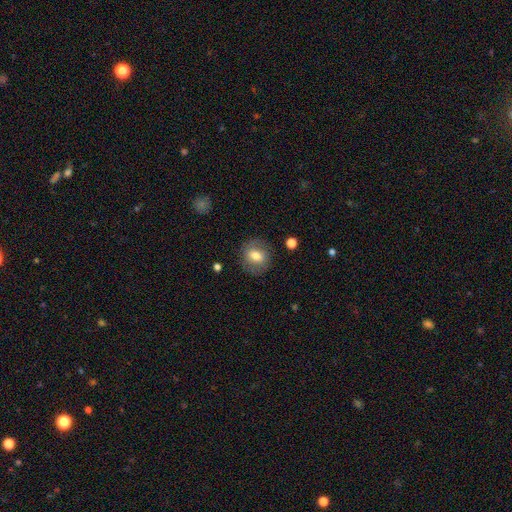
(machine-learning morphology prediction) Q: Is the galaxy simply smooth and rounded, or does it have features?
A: smooth — 67%.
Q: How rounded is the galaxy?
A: round — 72%.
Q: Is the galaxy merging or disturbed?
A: none — 83%.